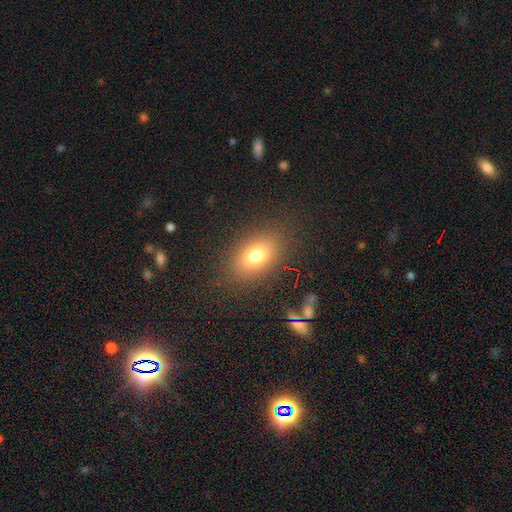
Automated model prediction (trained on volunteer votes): A smooth galaxy with no disk features (74%) that is in between round and cigar-shaped (82%).

Vote fractions:
- Smooth or featured? smooth: 74% / star or artifact: 13% / featured or disk: 13%
- How rounded? in between: 82% / round: 16% / cigar-shaped: 3%
- Merging? none: 85% / minor disturbance: 9% / major disturbance: 5% / merger: 1%